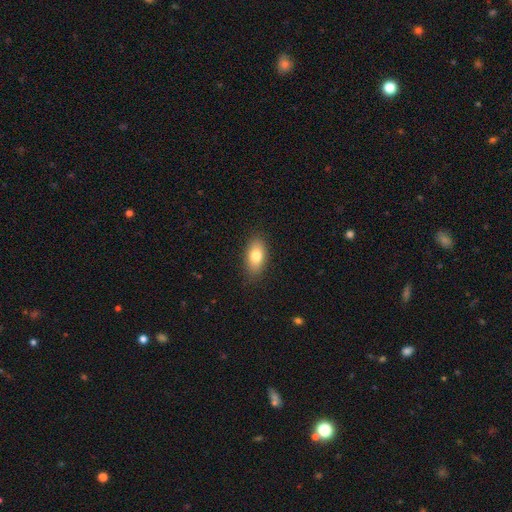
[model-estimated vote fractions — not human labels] Q: Smooth or featured?
A: smooth (79%); runner-up: featured or disk (14%)
Q: How rounded?
A: in between (89%); runner-up: round (6%)
Q: Merging?
A: none (85%); runner-up: minor disturbance (11%)